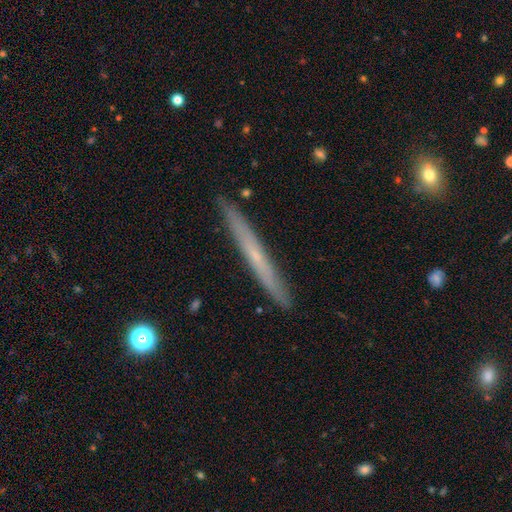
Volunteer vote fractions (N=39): Overall: featured or disk (67%; smooth 31%). Edge-on disk: yes (92%). Edge-on bulge: none (67%). Merging: none (92%).